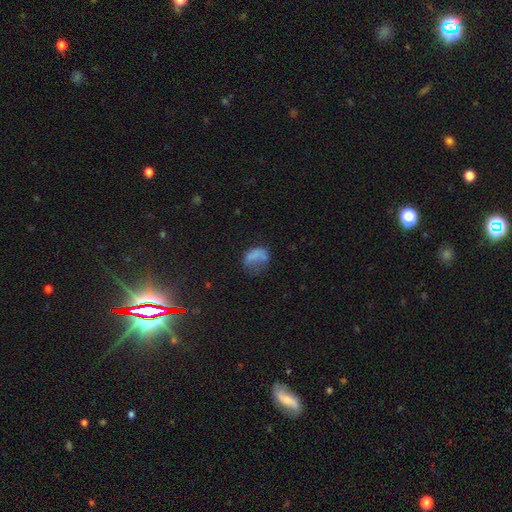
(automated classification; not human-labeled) smooth-or-featured: smooth: 64% | featured or disk: 22% | star or artifact: 14%
  how-rounded: in between: 71% | round: 27% | cigar-shaped: 2%
  merging: major disturbance: 38% | none: 30% | minor disturbance: 25% | merger: 6%